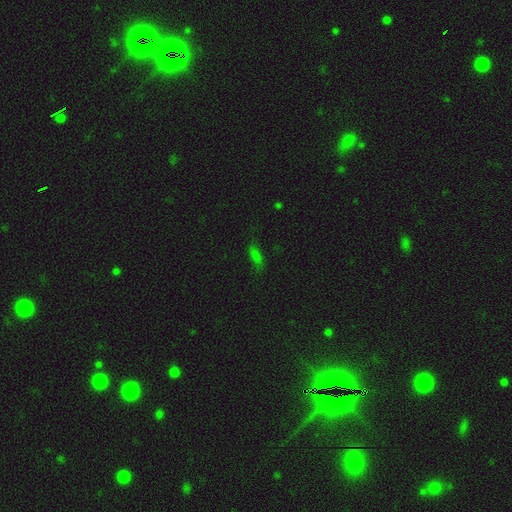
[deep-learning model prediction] Morphology: type=smooth (69%); roundness=in between (59%); merging=none (74%).